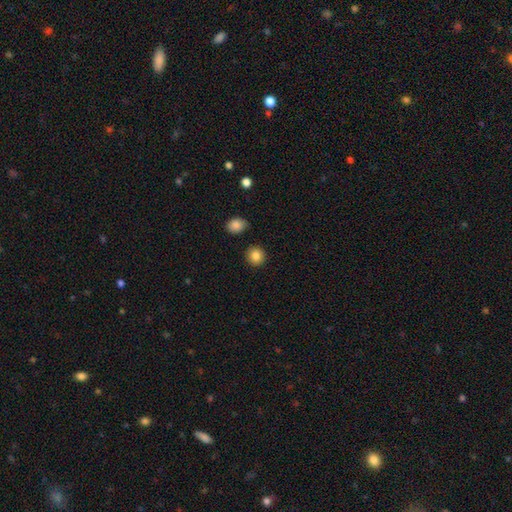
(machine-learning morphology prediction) Smooth or featured: smooth — 86% (star or artifact — 9%)
How rounded: round — 91% (in between — 8%)
Merging: none — 90% (minor disturbance — 6%)